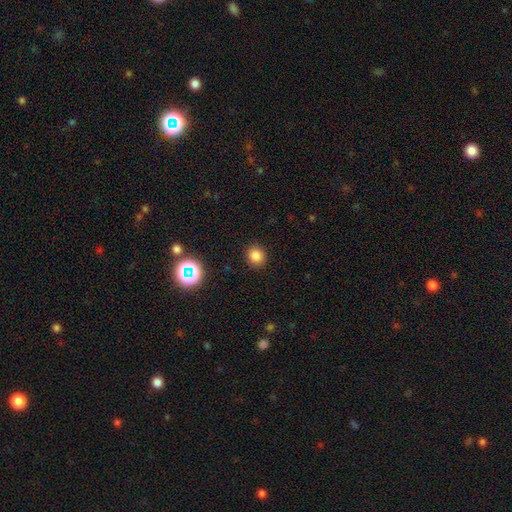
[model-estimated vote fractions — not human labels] Overall: smooth (81%). How rounded: round (75%). Merging: none (89%).